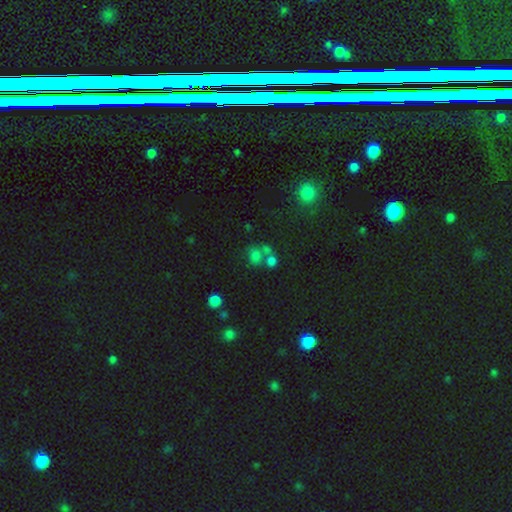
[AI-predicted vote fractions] smooth-or-featured: smooth: 62% | star or artifact: 24% | featured or disk: 14%
  how-rounded: round: 63% | in between: 35% | cigar-shaped: 1%
  merging: merger: 42% | none: 39% | minor disturbance: 11% | major disturbance: 8%